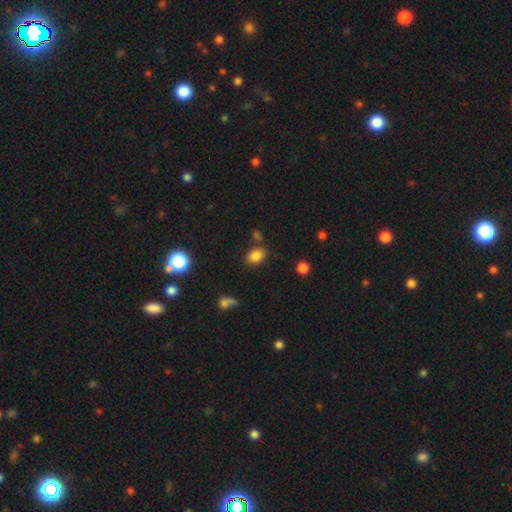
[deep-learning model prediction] Smooth or featured: smooth — 82% (star or artifact — 12%)
How rounded: in between — 71% (round — 28%)
Merging: none — 76% (minor disturbance — 12%)